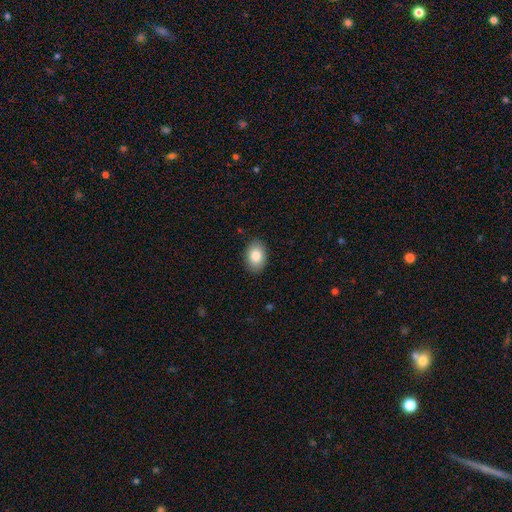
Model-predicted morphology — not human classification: Smooth or featured? smooth (85%)
How rounded? in between (81%)
Merging? none (88%)